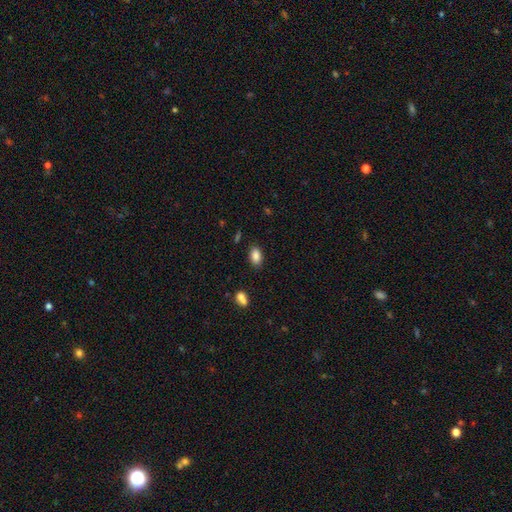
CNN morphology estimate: Smooth or featured? smooth (86%)
How rounded? in between (90%)
Merging? none (85%)